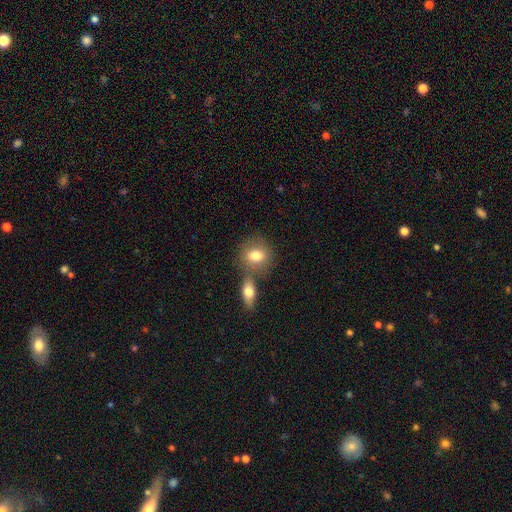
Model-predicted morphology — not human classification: Smooth or featured?
  - smooth: 77% *
  - featured or disk: 15%
  - star or artifact: 8%
How rounded?
  - round: 56% *
  - in between: 42%
  - cigar-shaped: 2%
Merging?
  - none: 59% *
  - merger: 27%
  - minor disturbance: 11%
  - major disturbance: 3%